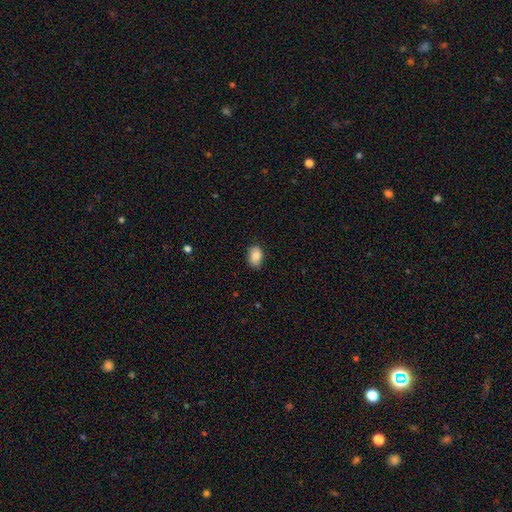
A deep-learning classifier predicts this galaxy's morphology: Smooth or featured: smooth — 86% (star or artifact — 8%)
How rounded: in between — 80% (round — 19%)
Merging: none — 82% (minor disturbance — 15%)